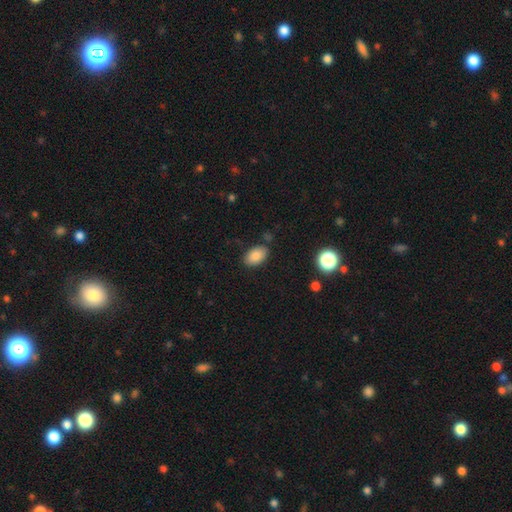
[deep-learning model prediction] The model was most divided on "merging": none: 82%, minor disturbance: 12%, major disturbance: 3%, merger: 3%. More confident: how rounded — in between (91%); smooth or featured — smooth (86%).